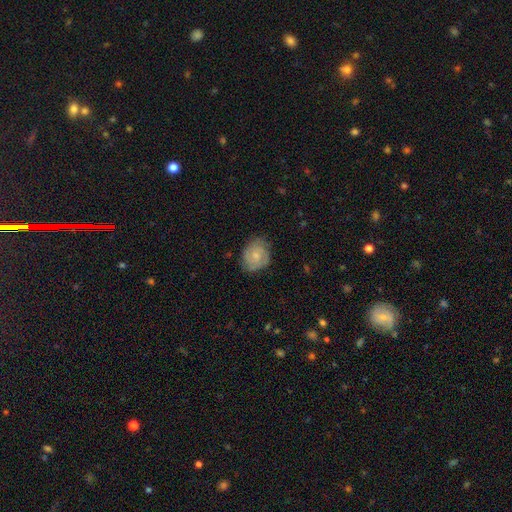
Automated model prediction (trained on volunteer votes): Smooth or featured: featured or disk — 50% (smooth — 43%)
Merging: none — 72% (minor disturbance — 22%)